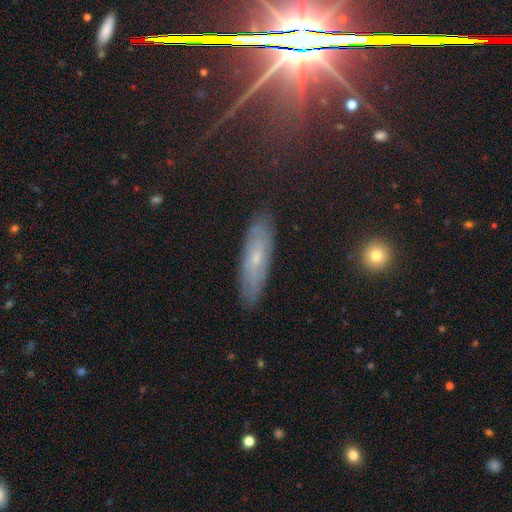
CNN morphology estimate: Smooth or featured: featured or disk — 43% (smooth — 37%)
Merging: none — 85% (minor disturbance — 12%)